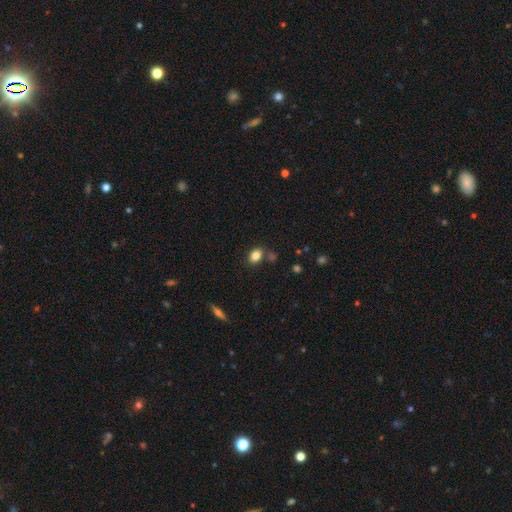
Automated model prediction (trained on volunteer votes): Overall: smooth (83%). How rounded: in between (72%). Merging: none (75%).